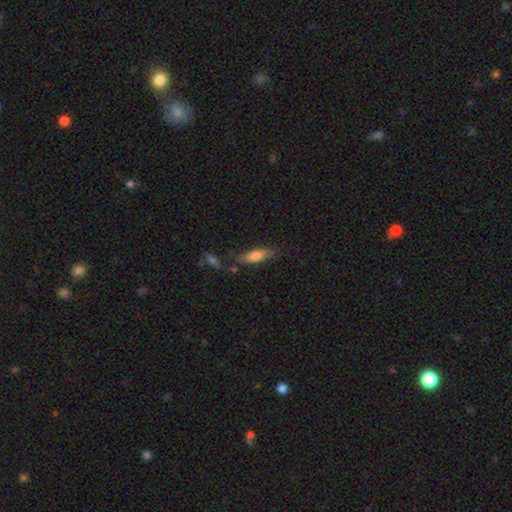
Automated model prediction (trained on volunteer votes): Smooth or featured?
  - smooth: 73% *
  - featured or disk: 19%
  - star or artifact: 7%
How rounded?
  - in between: 57% *
  - cigar-shaped: 41%
  - round: 2%
Merging?
  - none: 65% *
  - minor disturbance: 19%
  - merger: 10%
  - major disturbance: 6%